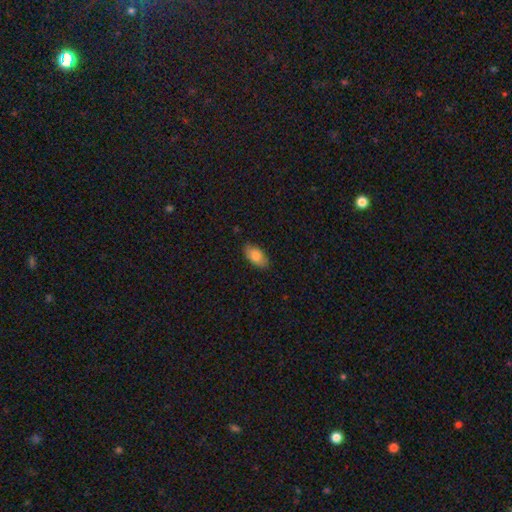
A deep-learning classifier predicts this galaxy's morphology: Smooth or featured? smooth (80%)
How rounded? in between (92%)
Merging? none (84%)